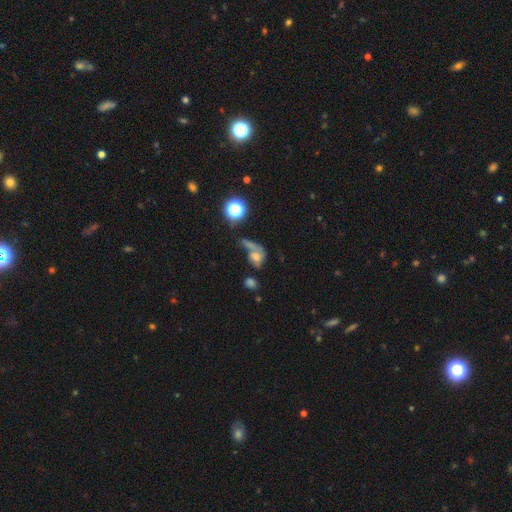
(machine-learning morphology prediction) smooth_or_featured: smooth (p=0.55) [alt: featured or disk p=0.27]
how_rounded: in between (p=0.52) [alt: round p=0.43]
merging: merger (p=0.39) [alt: none p=0.27]